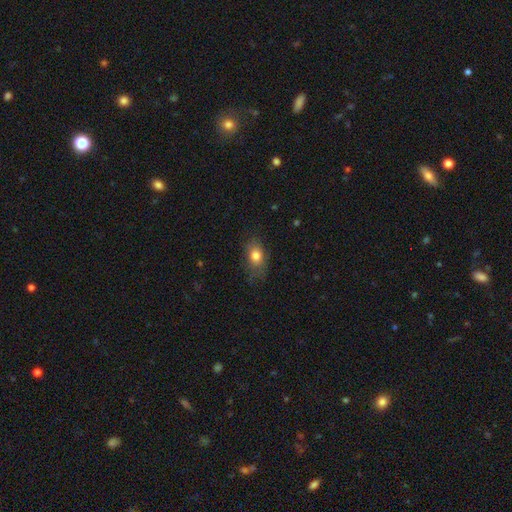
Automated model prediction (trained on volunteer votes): A smooth galaxy with no disk features (79%) that is in between round and cigar-shaped (78%). Merging: none (69%).